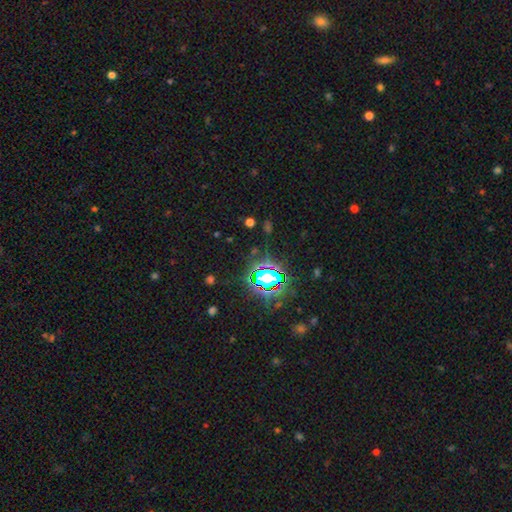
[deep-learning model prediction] star or artifact 82%, smooth 10%, featured or disk 7%.